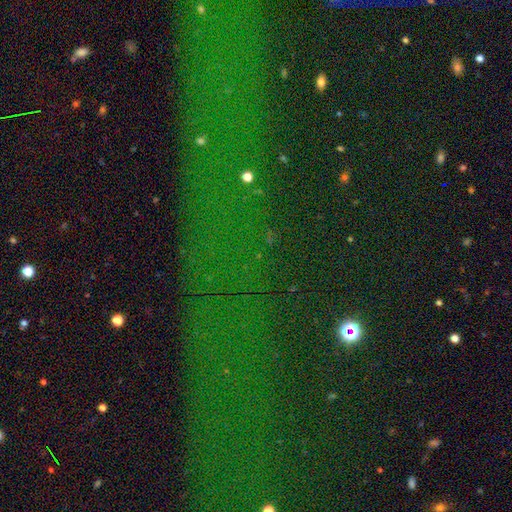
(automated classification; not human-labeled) This is likely a star or artifact rather than a galaxy (77%).